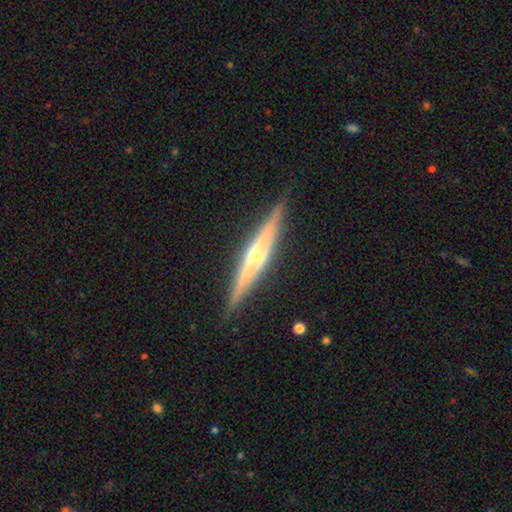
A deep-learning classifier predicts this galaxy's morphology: Smooth or featured? featured or disk (79%)
Edge-on disk? yes (98%)
Edge-on bulge? rounded (82%)
Merging? none (90%)